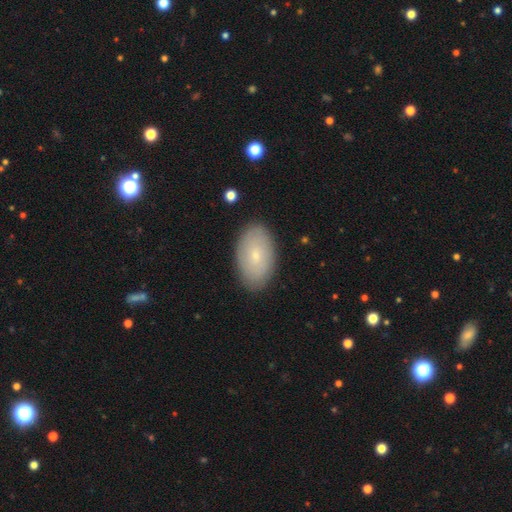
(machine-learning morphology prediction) Smooth or featured: smooth — 68% (featured or disk — 25%)
How rounded: in between — 94% (round — 5%)
Merging: none — 87% (minor disturbance — 9%)